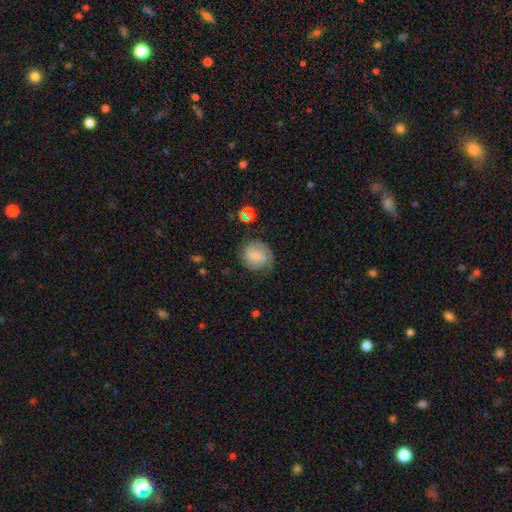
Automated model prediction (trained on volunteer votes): smooth-or-featured: featured or disk: 47% | smooth: 44% | star or artifact: 9%
  merging: none: 63% | minor disturbance: 23% | major disturbance: 12% | merger: 2%